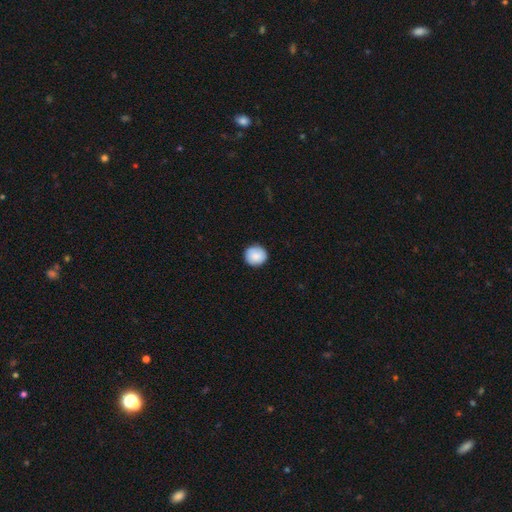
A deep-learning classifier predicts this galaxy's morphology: smooth-or-featured: smooth: 86% | star or artifact: 7% | featured or disk: 7%
  how-rounded: round: 90% | in between: 9% | cigar-shaped: 1%
  merging: none: 89% | minor disturbance: 8% | major disturbance: 2% | merger: 1%